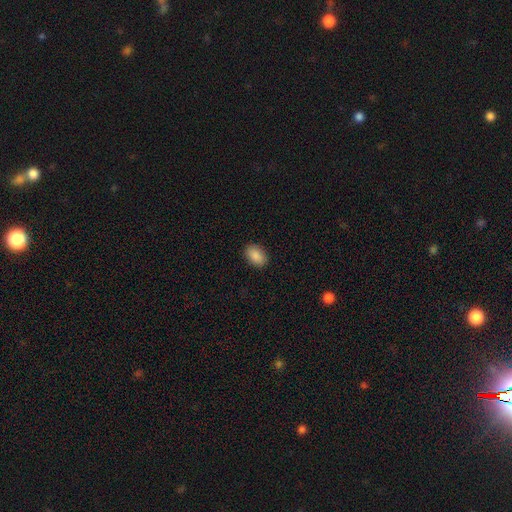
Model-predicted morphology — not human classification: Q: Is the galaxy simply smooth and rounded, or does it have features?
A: smooth — 89%.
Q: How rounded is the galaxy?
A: in between — 88%.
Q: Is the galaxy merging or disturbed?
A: none — 89%.